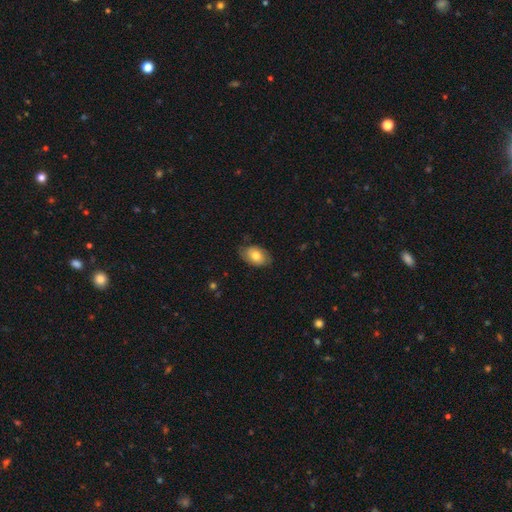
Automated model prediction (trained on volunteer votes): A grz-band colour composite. It shows a smooth galaxy with no disk features (69%) that is in between round and cigar-shaped (87%). Merging: none (73%).